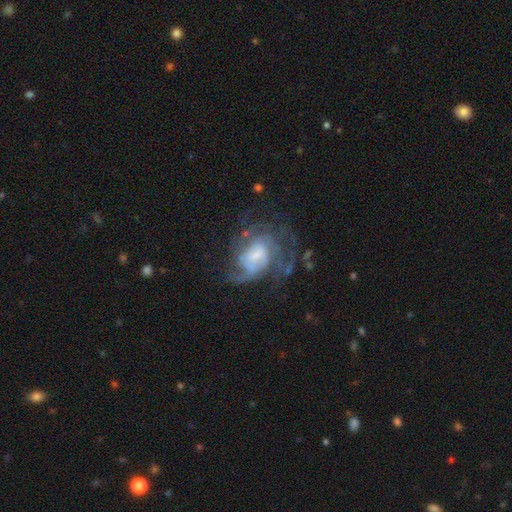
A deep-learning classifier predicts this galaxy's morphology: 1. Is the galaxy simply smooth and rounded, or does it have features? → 81% featured or disk, 11% smooth, 8% star or artifact.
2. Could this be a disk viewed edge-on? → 97% no, 3% yes.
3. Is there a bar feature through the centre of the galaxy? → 45% no, 44% weak, 10% strong.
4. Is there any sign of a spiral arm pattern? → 89% yes, 11% no.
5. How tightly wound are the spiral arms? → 43% medium, 38% tight, 19% loose.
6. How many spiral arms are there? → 38% can't tell, 20% 2, 19% 3, 12% 4, 6% 1, 6% more than 4.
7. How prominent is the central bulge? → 35% moderate, 34% small, 15% large, 13% none, 2% dominant.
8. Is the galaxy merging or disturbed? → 50% none, 28% major disturbance, 20% minor disturbance, 3% merger.